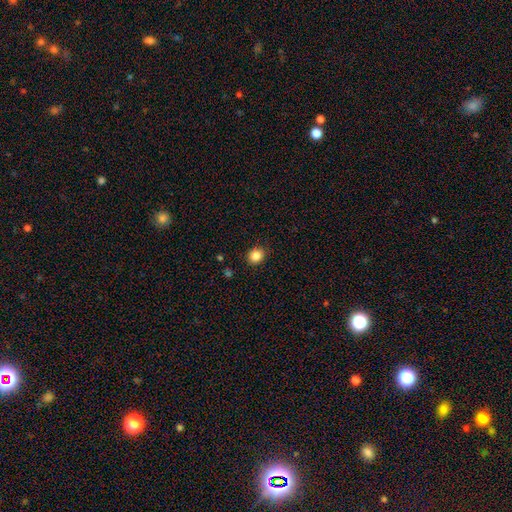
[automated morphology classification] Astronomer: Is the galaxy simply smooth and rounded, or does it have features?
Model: smooth — 85%.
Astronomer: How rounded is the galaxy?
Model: round — 78%.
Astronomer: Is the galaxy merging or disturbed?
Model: none — 88%.